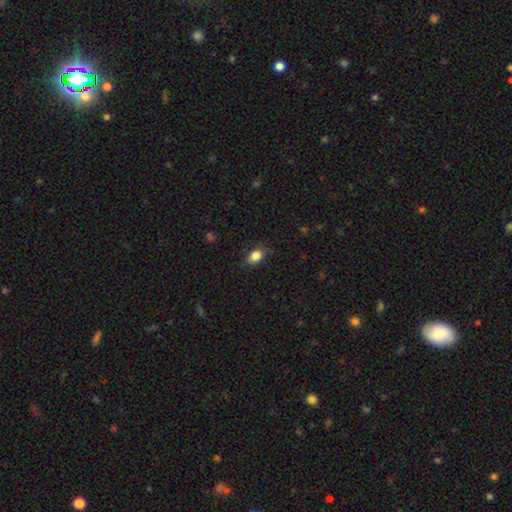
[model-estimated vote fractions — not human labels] Overall: smooth (86%). How rounded: in between (80%). Merging: none (83%).